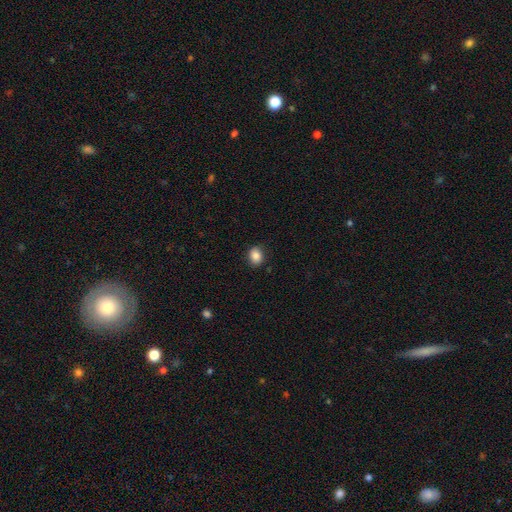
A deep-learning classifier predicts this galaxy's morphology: Smooth or featured?
  - smooth: 86% *
  - star or artifact: 9%
  - featured or disk: 5%
How rounded?
  - in between: 52% *
  - round: 47%
  - cigar-shaped: 1%
Merging?
  - none: 86% *
  - minor disturbance: 10%
  - major disturbance: 2%
  - merger: 1%